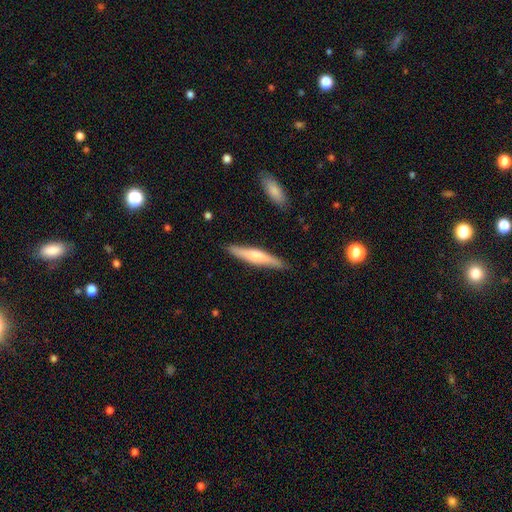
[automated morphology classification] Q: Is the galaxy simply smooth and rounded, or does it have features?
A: smooth — 55%.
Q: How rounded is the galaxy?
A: cigar-shaped — 89%.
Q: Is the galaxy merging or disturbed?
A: none — 87%.